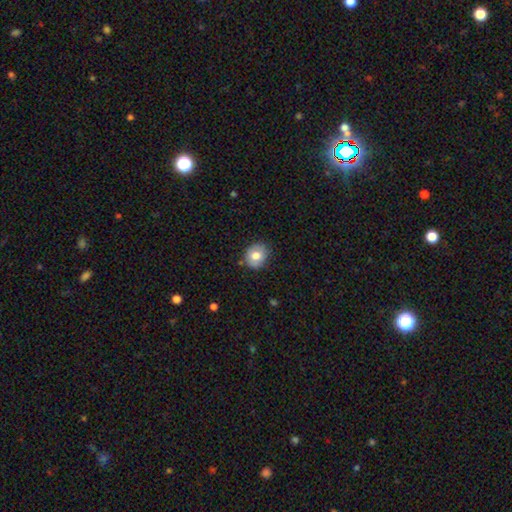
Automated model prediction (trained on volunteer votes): smooth_or_featured: smooth (p=0.75) [alt: featured or disk p=0.17]
how_rounded: round (p=0.74) [alt: in between p=0.25]
merging: none (p=0.82) [alt: minor disturbance p=0.14]